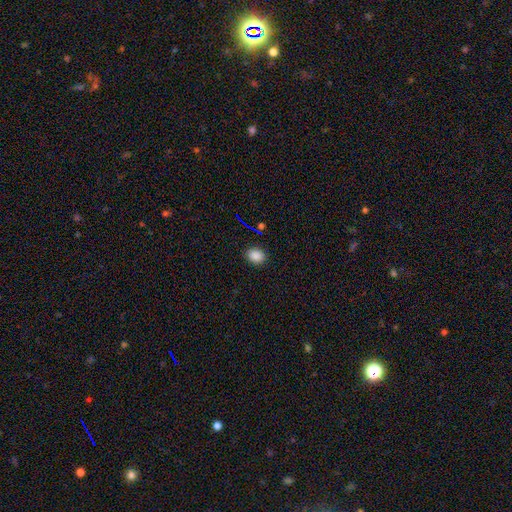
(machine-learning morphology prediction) Q: Smooth or featured?
A: smooth (85%); runner-up: star or artifact (11%)
Q: How rounded?
A: in between (56%); runner-up: round (43%)
Q: Merging?
A: none (88%); runner-up: minor disturbance (9%)